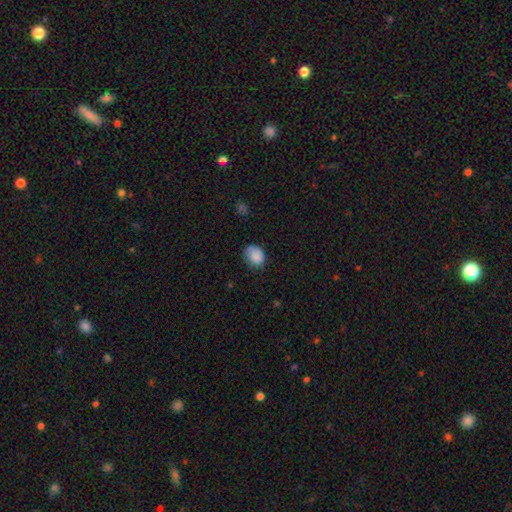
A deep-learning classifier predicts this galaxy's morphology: smooth-or-featured: smooth: 85% | star or artifact: 8% | featured or disk: 8%
  how-rounded: in between: 51% | round: 48% | cigar-shaped: 1%
  merging: none: 64% | minor disturbance: 27% | major disturbance: 7% | merger: 1%